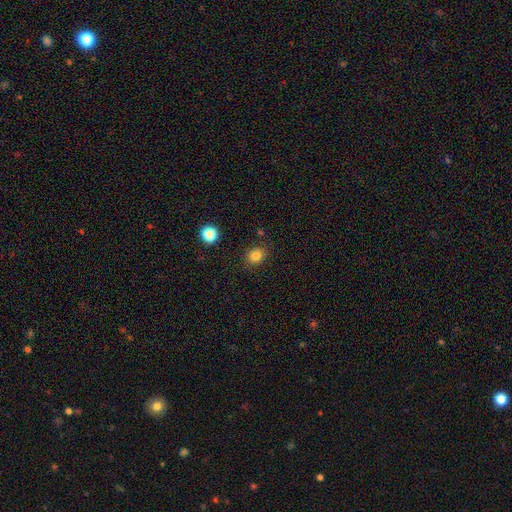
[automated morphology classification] Smooth or featured? Predicted: smooth (p=0.82). How rounded? Predicted: round (p=0.65). Merging? Predicted: none (p=0.85).